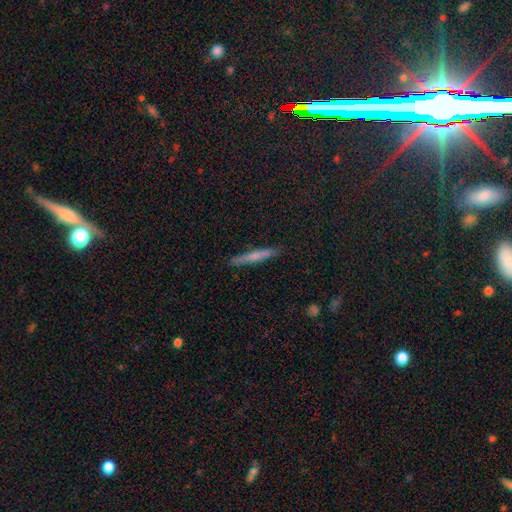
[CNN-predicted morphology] Smooth or featured? Predicted: smooth (p=0.58). How rounded? Predicted: cigar-shaped (p=0.95). Merging? Predicted: none (p=0.89).